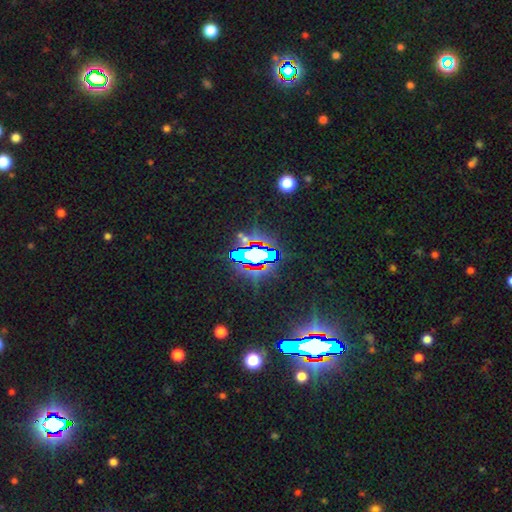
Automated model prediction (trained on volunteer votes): Smooth or featured?
  - star or artifact: 69% *
  - smooth: 16%
  - featured or disk: 14%